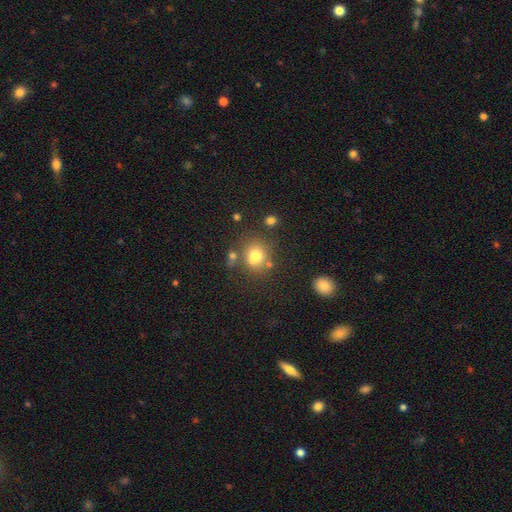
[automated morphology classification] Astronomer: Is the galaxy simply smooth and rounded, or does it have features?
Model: smooth — 74%.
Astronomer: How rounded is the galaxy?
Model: round — 79%.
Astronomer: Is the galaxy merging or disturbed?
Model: none — 63%.